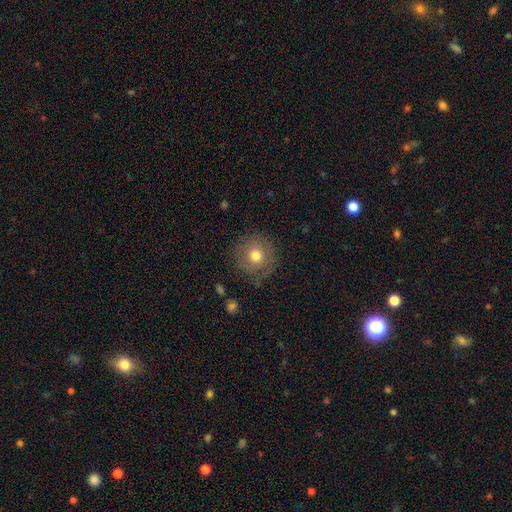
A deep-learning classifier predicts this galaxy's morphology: smooth 72%, featured or disk 18%, star or artifact 10%. Down the decision tree: how rounded — round (93%); merging — none (79%).